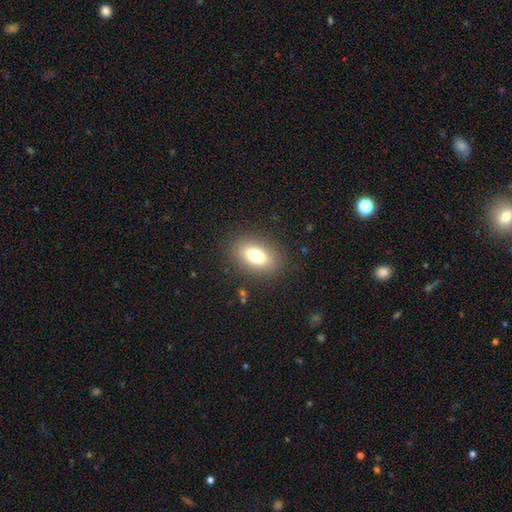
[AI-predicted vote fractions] Smooth or featured? Predicted: smooth (p=0.75). How rounded? Predicted: in between (p=0.85). Merging? Predicted: none (p=0.86).